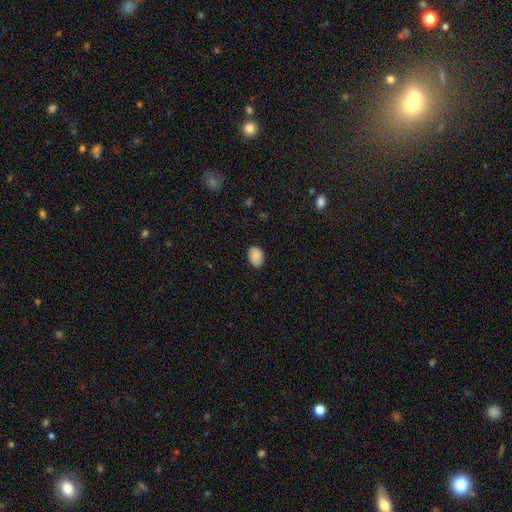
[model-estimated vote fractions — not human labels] This appears to be a smooth galaxy with no disk features (88%) that is in between round and cigar-shaped (80%). Merging: none (82%).